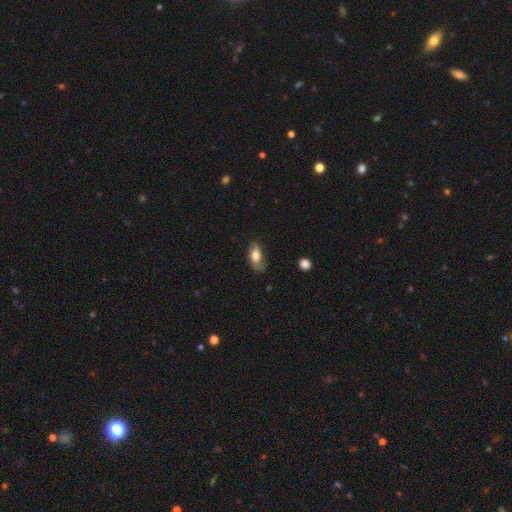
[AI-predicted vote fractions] The model was most divided on "merging": none: 56%, minor disturbance: 31%, major disturbance: 11%, merger: 2%. More confident: how rounded — in between (85%); smooth or featured — smooth (60%).